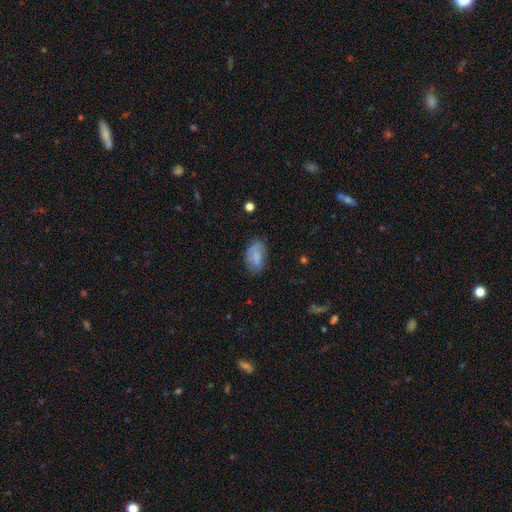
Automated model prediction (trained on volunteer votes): Q: Smooth or featured?
A: smooth (76%); runner-up: featured or disk (16%)
Q: How rounded?
A: in between (92%); runner-up: round (6%)
Q: Merging?
A: none (66%); runner-up: minor disturbance (24%)